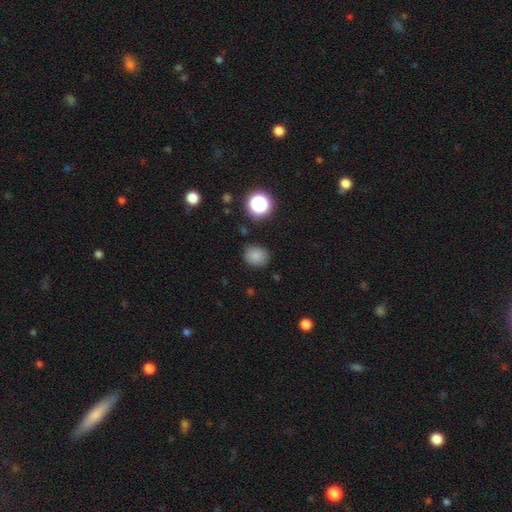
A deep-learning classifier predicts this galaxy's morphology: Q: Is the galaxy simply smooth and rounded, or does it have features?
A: smooth — 80%.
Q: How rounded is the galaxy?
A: round — 72%.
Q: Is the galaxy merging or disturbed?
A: none — 83%.